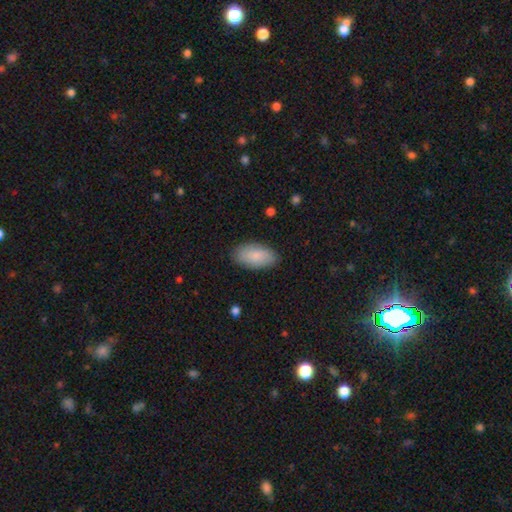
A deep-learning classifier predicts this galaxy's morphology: A smooth galaxy with no disk features (85%) that is in between round and cigar-shaped (94%).

Vote fractions:
- Smooth or featured? smooth: 85% / featured or disk: 10% / star or artifact: 6%
- How rounded? in between: 94% / cigar-shaped: 3% / round: 3%
- Merging? none: 86% / minor disturbance: 11% / major disturbance: 2% / merger: 1%